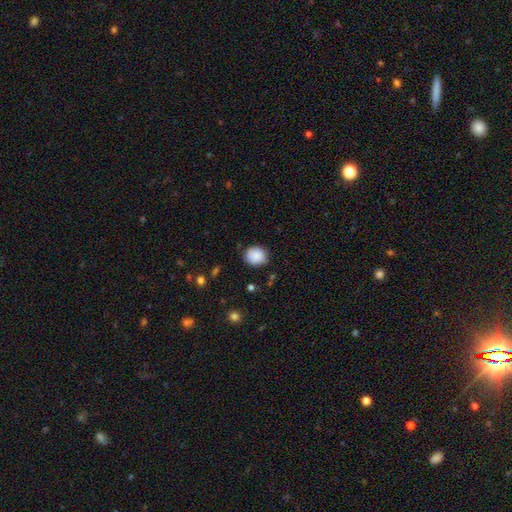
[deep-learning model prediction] smooth 88%, star or artifact 8%, featured or disk 4%. Down the decision tree: how rounded — round (78%); merging — none (82%).